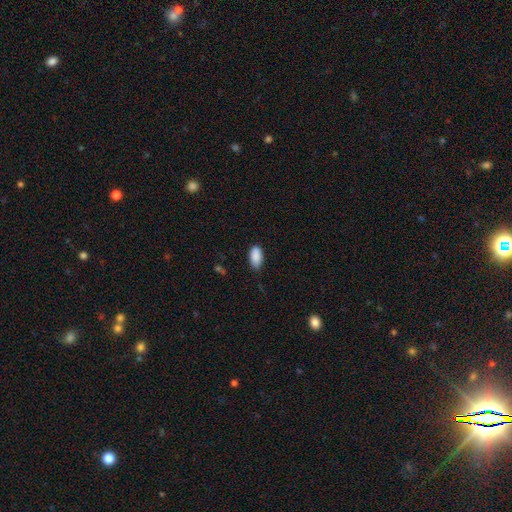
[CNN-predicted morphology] This appears to be a smooth galaxy with no disk features (89%) that is in between round and cigar-shaped (93%). Merging: none (75%).